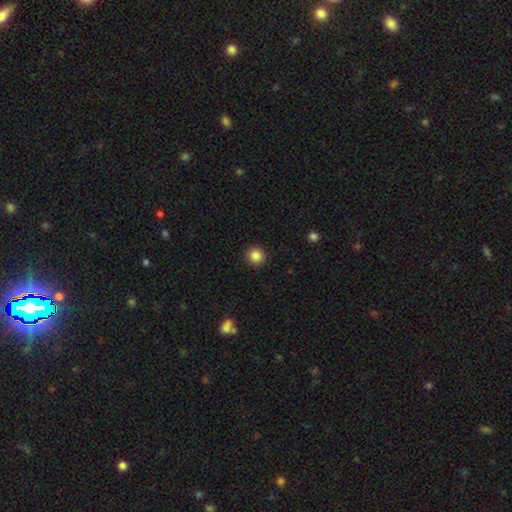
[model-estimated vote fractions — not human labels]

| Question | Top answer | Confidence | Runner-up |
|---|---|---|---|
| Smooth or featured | smooth | 86% | star or artifact (10%) |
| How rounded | round | 95% | in between (4%) |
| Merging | none | 92% | minor disturbance (5%) |